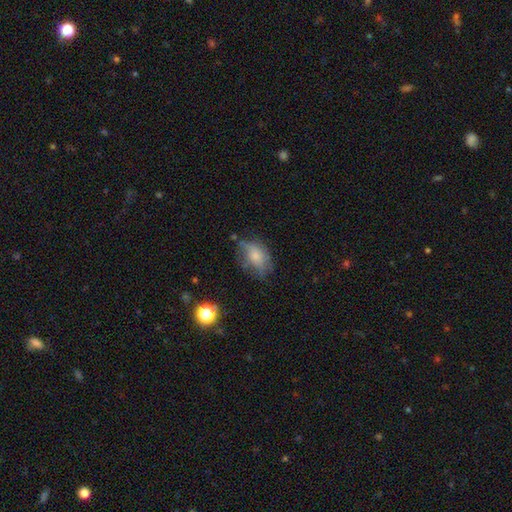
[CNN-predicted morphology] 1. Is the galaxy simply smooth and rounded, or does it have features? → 61% smooth, 28% featured or disk, 11% star or artifact.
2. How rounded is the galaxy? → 83% in between, 15% round, 3% cigar-shaped.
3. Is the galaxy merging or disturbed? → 46% none, 32% minor disturbance, 19% major disturbance, 3% merger.